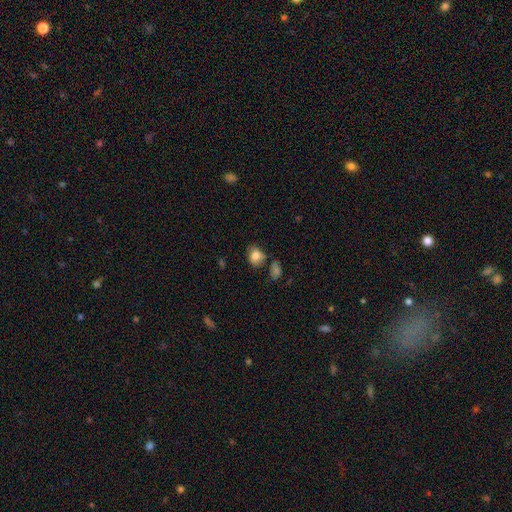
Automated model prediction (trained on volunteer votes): Smooth or featured? smooth (81%)
How rounded? in between (53%)
Merging? none (62%)